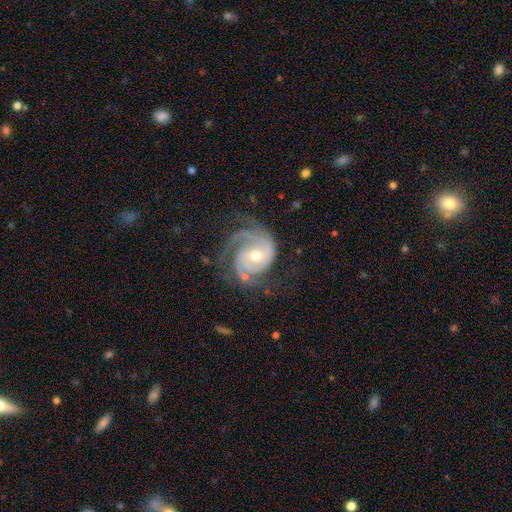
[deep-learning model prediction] Smooth or featured? Predicted: featured or disk (p=0.91). Edge-on disk? Predicted: no (p=0.98). Bar? Predicted: no (p=0.61). Spiral arms? Predicted: yes (p=0.98). Spiral winding? Predicted: tight (p=0.57). Spiral arm count? Predicted: 2 (p=0.38). Bulge size? Predicted: moderate (p=0.63). Merging? Predicted: none (p=0.63).